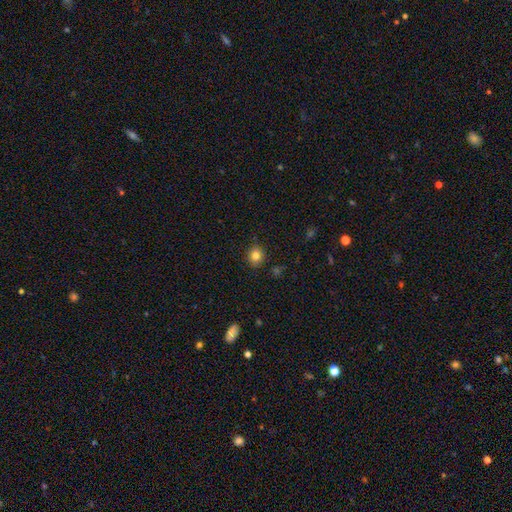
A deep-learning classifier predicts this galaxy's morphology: Smooth or featured? smooth (81%)
How rounded? round (73%)
Merging? none (88%)